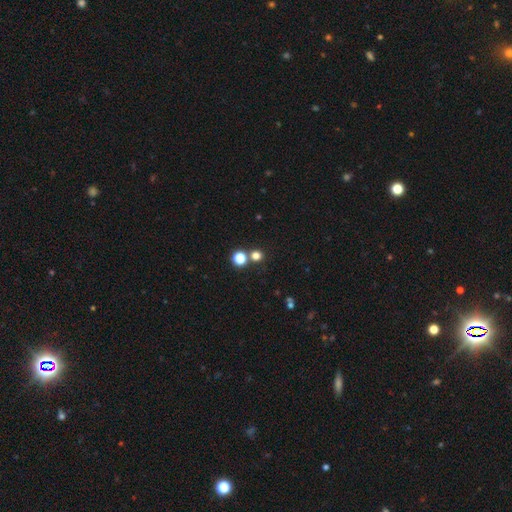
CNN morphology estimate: Smooth or featured: smooth — 72% (star or artifact — 22%)
How rounded: round — 90% (in between — 9%)
Merging: none — 75% (merger — 16%)